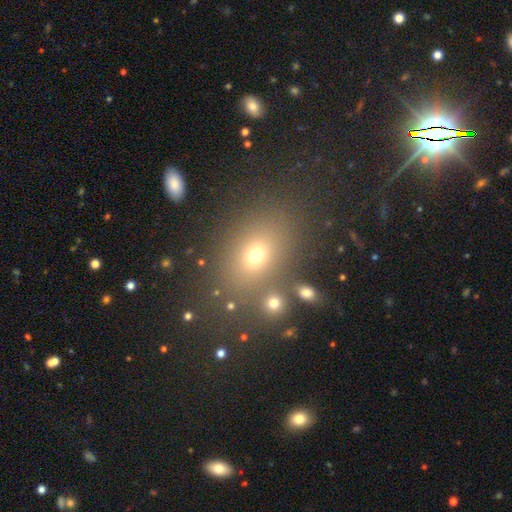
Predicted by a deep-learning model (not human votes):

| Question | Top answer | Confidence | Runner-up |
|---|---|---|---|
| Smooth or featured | smooth | 68% | star or artifact (20%) |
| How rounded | in between | 66% | round (32%) |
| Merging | none | 74% | minor disturbance (11%) |